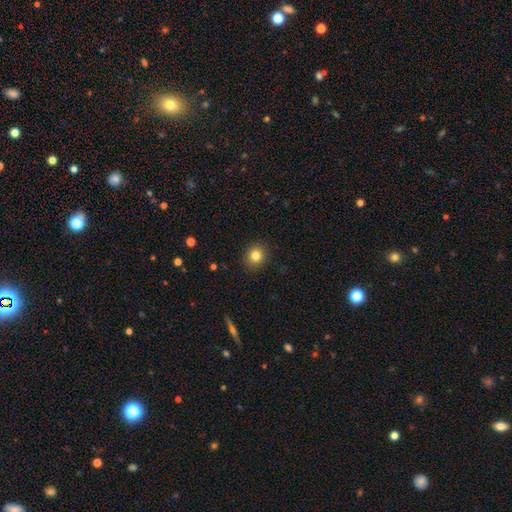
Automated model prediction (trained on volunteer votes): Q: Smooth or featured?
A: smooth (82%); runner-up: star or artifact (11%)
Q: How rounded?
A: round (79%); runner-up: in between (20%)
Q: Merging?
A: none (90%); runner-up: minor disturbance (7%)